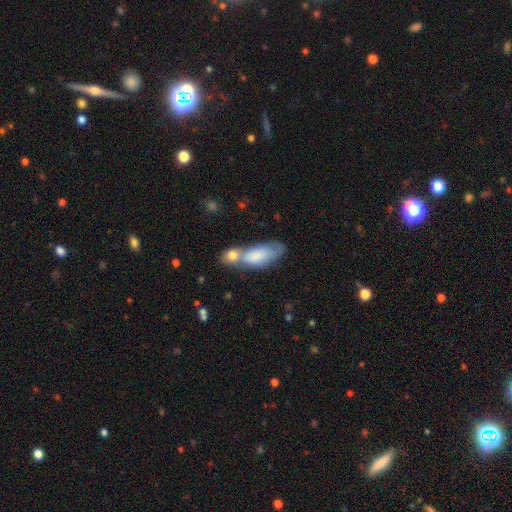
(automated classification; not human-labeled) smooth_or_featured: smooth (p=0.75) [alt: featured or disk p=0.17]
how_rounded: in between (p=0.73) [alt: cigar-shaped p=0.23]
merging: merger (p=0.45) [alt: none p=0.32]